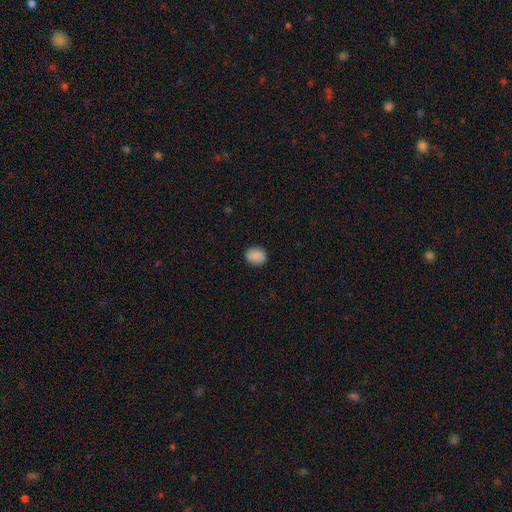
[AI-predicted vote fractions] Smooth or featured: smooth — 87% (star or artifact — 8%)
How rounded: round — 55% (in between — 44%)
Merging: none — 89% (minor disturbance — 8%)